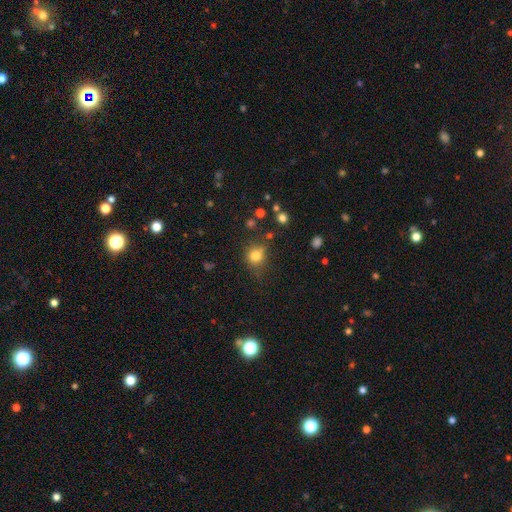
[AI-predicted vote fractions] Smooth or featured? smooth (78%)
How rounded? round (79%)
Merging? none (67%)